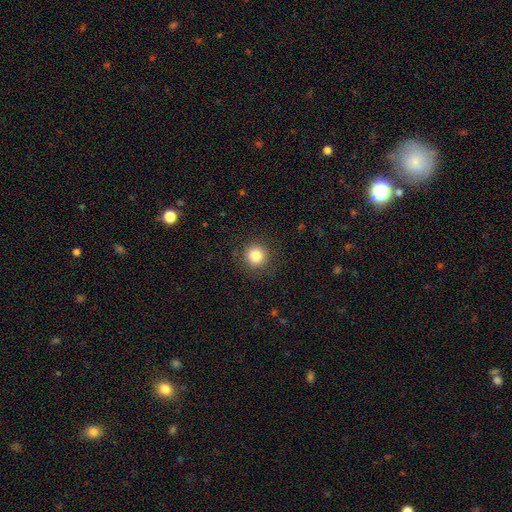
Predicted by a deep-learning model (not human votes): Morphology: type=smooth (84%); roundness=round (93%); merging=none (89%).